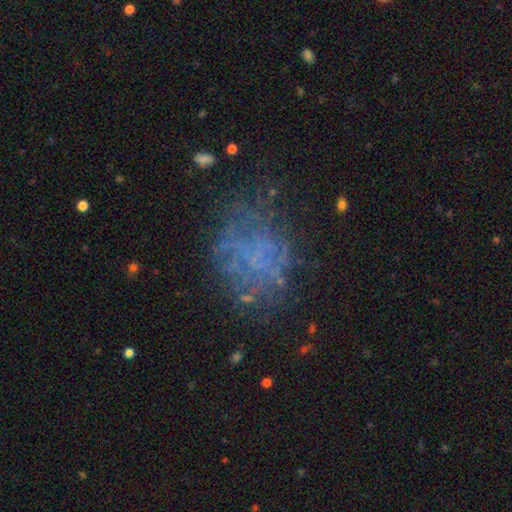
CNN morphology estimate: featured or disk 53%, smooth 26%, star or artifact 22%. Down the decision tree: edge-on disk — no (98%); bar — no (91%); spiral arms — no (85%); bulge size — none (85%); merging — none (59%).